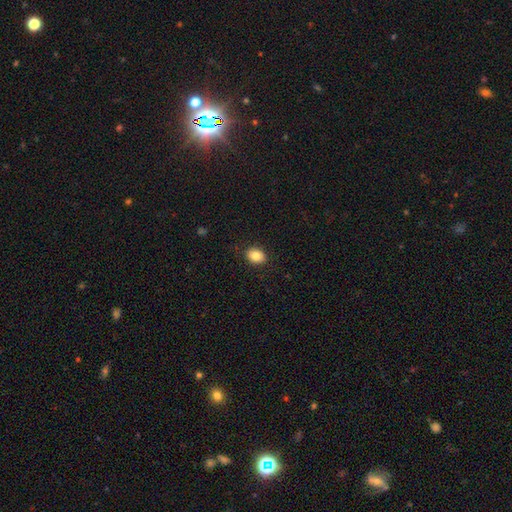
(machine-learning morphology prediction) This appears to be a smooth galaxy with no disk features (83%) that is in between round and cigar-shaped (56%). Merging: none (89%).